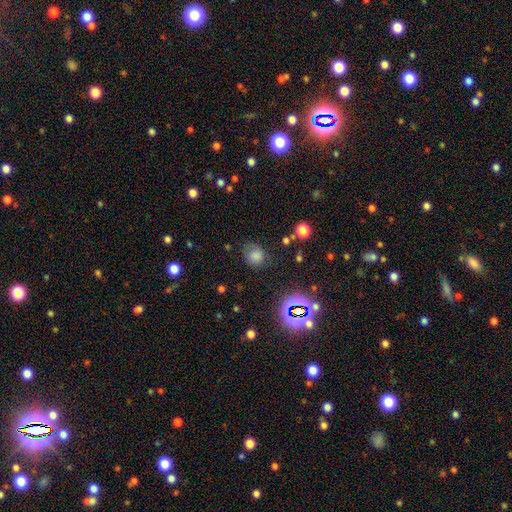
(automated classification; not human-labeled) smooth_or_featured: smooth (p=0.72) [alt: star or artifact p=0.20]
how_rounded: round (p=0.74) [alt: in between p=0.25]
merging: none (p=0.65) [alt: minor disturbance p=0.22]